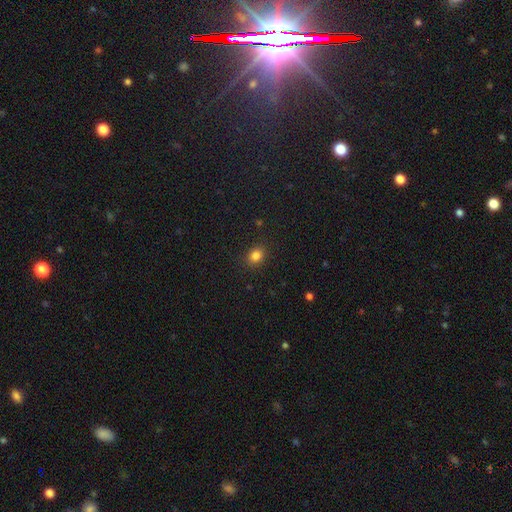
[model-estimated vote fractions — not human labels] smooth_or_featured: smooth (p=0.84) [alt: star or artifact p=0.12]
how_rounded: round (p=0.53) [alt: in between p=0.46]
merging: none (p=0.88) [alt: minor disturbance p=0.08]